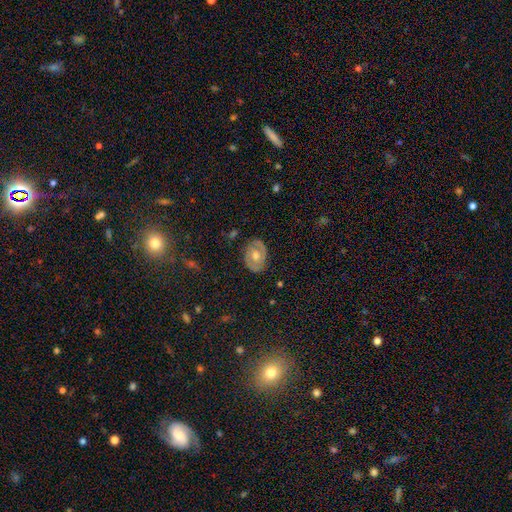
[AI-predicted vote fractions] Q: Smooth or featured?
A: featured or disk (55%); runner-up: smooth (35%)
Q: Edge-on disk?
A: no (94%); runner-up: yes (6%)
Q: Bar?
A: no (80%); runner-up: weak (15%)
Q: Spiral arms?
A: no (60%); runner-up: yes (40%)
Q: Bulge size?
A: moderate (77%); runner-up: small (11%)
Q: Merging?
A: none (83%); runner-up: minor disturbance (12%)